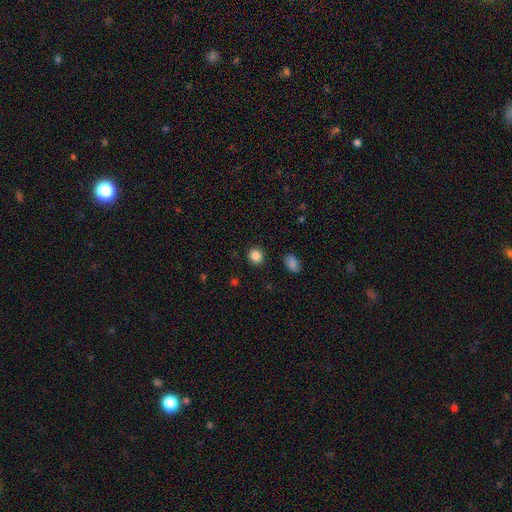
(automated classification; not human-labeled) Overall: smooth (86%). How rounded: round (81%). Merging: none (90%).